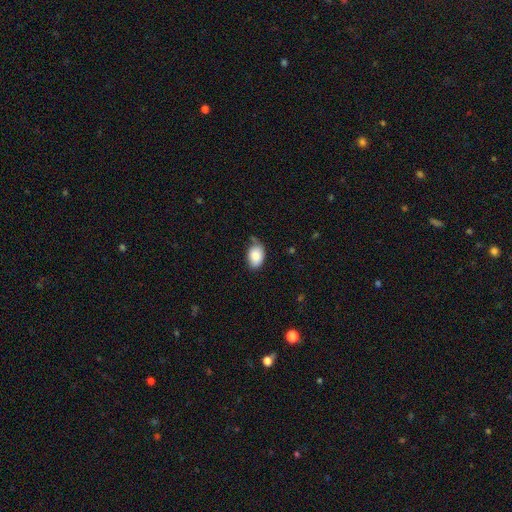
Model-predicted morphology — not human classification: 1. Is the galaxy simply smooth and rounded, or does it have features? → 84% smooth, 9% featured or disk, 7% star or artifact.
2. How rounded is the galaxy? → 85% in between, 13% round, 1% cigar-shaped.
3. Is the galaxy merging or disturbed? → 66% none, 26% minor disturbance, 5% major disturbance, 3% merger.